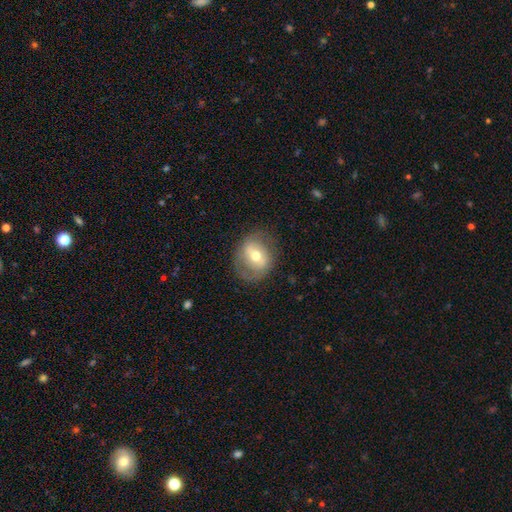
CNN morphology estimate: Smooth or featured? featured or disk (49%)
Merging? none (75%)